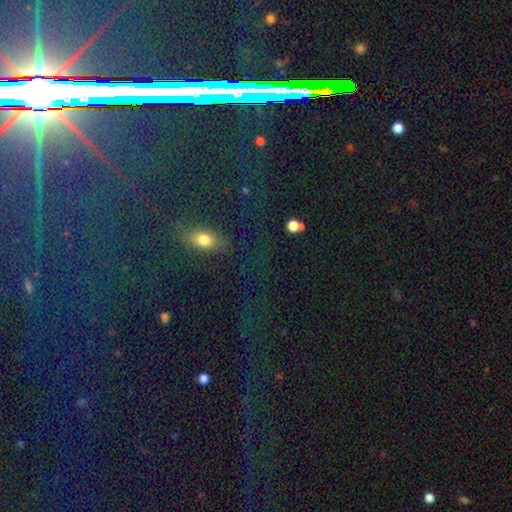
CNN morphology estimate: This appears to be a star or artifact, not a galaxy (57%).